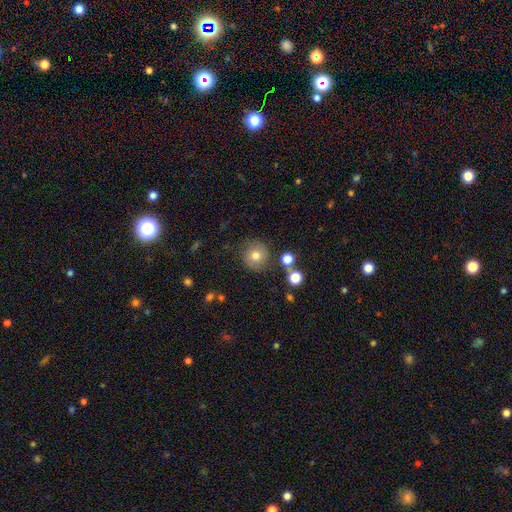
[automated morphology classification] smooth_or_featured: smooth (p=0.73) [alt: featured or disk p=0.15]
how_rounded: round (p=0.92) [alt: in between p=0.07]
merging: none (p=0.80) [alt: minor disturbance p=0.11]